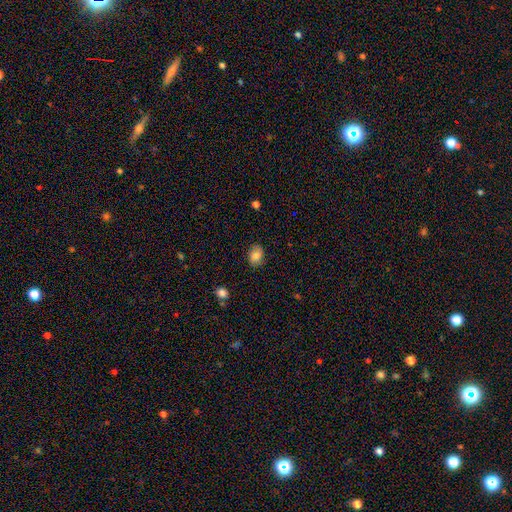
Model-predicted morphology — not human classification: This appears to be a smooth galaxy with no disk features (77%) that is in between round and cigar-shaped (68%). Merging: none (82%).